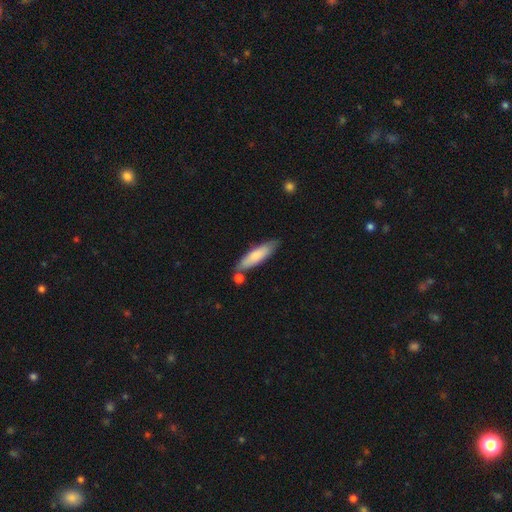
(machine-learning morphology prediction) Smooth or featured? smooth (74%)
How rounded? cigar-shaped (70%)
Merging? none (72%)